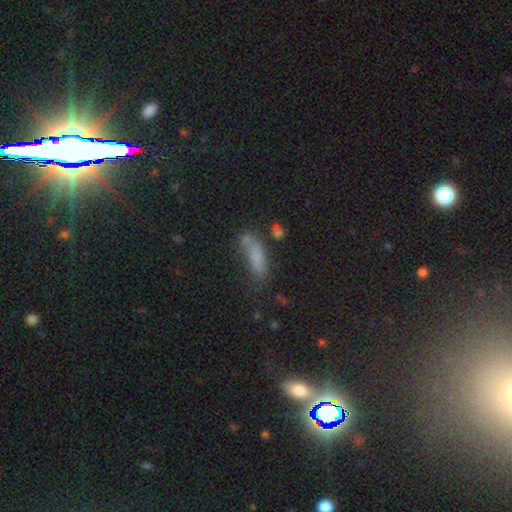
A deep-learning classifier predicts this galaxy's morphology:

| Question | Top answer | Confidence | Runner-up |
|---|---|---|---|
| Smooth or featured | smooth | 67% | star or artifact (18%) |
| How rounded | cigar-shaped | 49% | in between (47%) |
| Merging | none | 45% | minor disturbance (23%) |